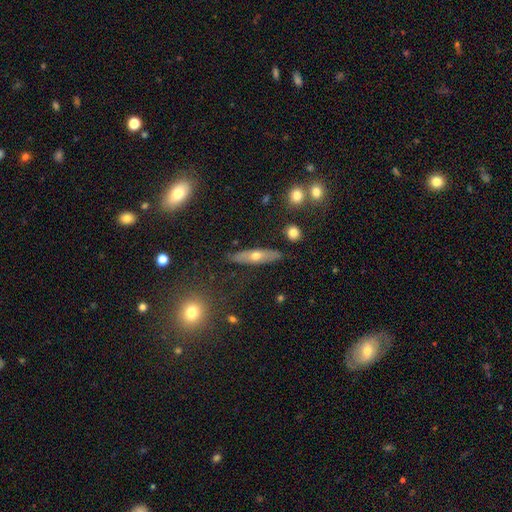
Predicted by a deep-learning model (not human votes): Morphology: type=featured or disk (48%); merging=none (83%).